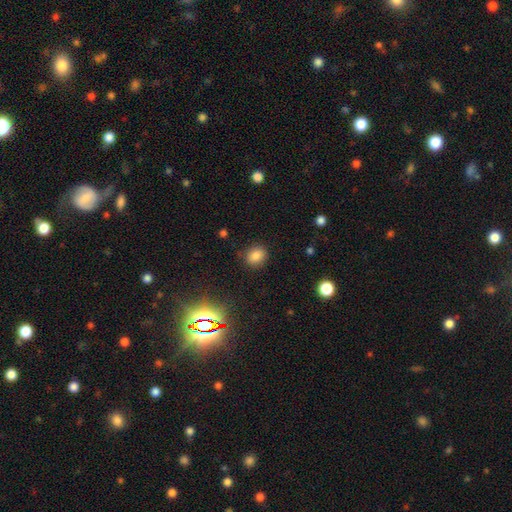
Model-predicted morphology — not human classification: Smooth or featured?
  - smooth: 82% *
  - star or artifact: 13%
  - featured or disk: 5%
How rounded?
  - round: 56% *
  - in between: 43%
  - cigar-shaped: 1%
Merging?
  - none: 85% *
  - minor disturbance: 10%
  - major disturbance: 3%
  - merger: 2%